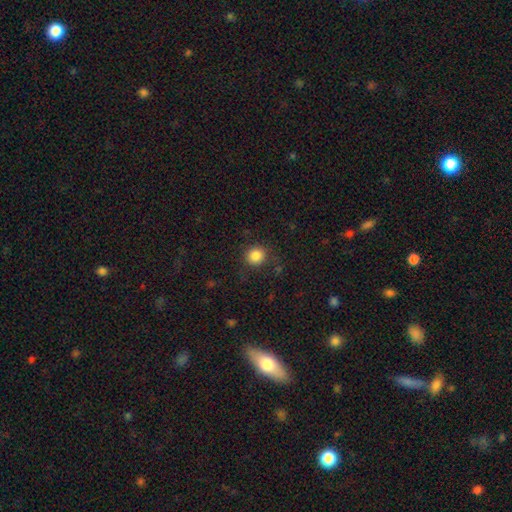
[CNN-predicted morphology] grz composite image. It shows a smooth galaxy with no disk features (85%) that is round (88%). Merging: none (84%).